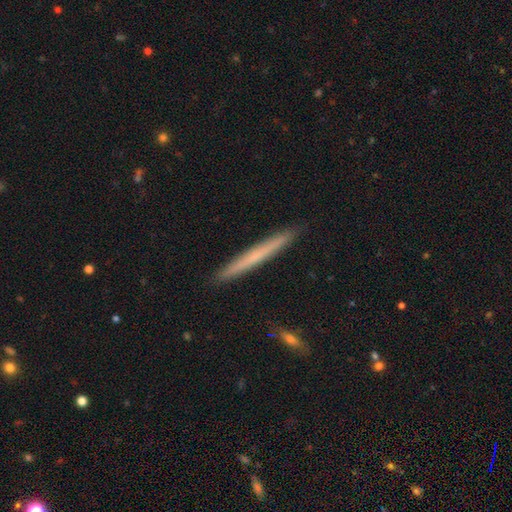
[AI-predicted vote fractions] Morphology: type=smooth (57%); roundness=cigar-shaped (97%); merging=none (92%).